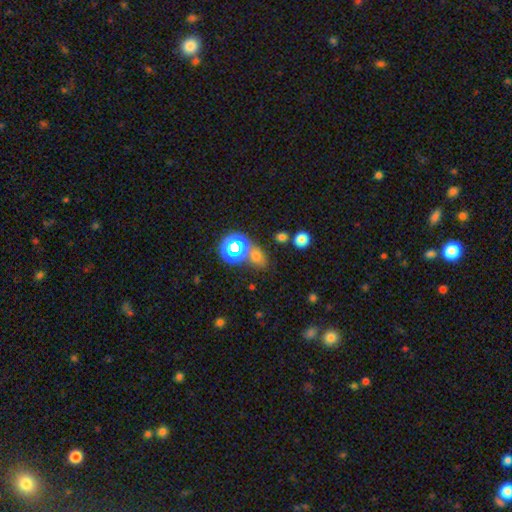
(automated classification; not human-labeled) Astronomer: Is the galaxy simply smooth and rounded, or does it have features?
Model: smooth — 60%.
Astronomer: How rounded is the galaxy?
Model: round — 50% (runner-up: in between, 48%).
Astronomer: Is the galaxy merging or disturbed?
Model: none — 69%.